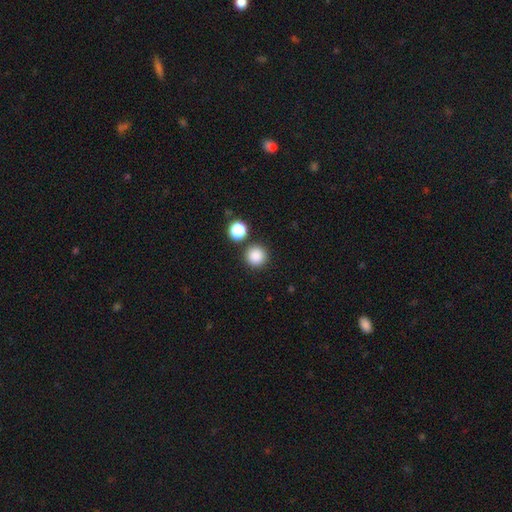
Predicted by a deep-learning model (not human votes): Q: Smooth or featured?
A: smooth (86%); runner-up: star or artifact (10%)
Q: How rounded?
A: round (95%); runner-up: in between (4%)
Q: Merging?
A: none (86%); runner-up: merger (6%)